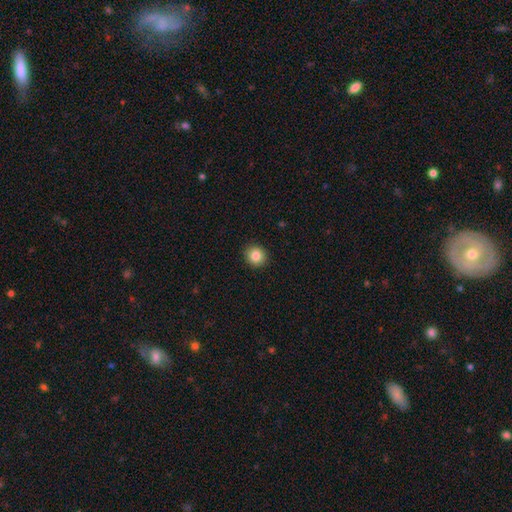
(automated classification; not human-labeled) Morphology: type=smooth (85%); roundness=round (86%); merging=none (92%).